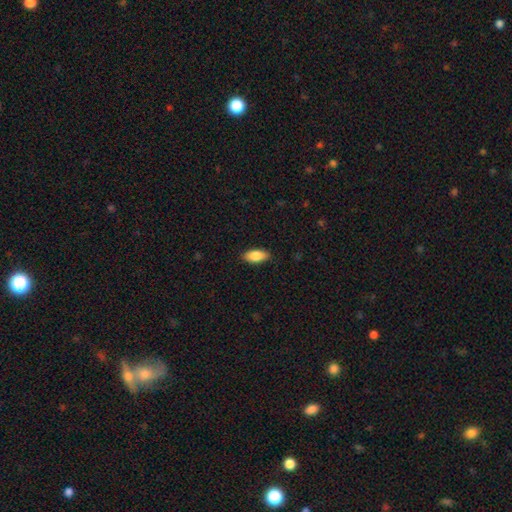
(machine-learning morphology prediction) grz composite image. It shows a smooth galaxy with no disk features (86%) that is in between round and cigar-shaped (88%). Merging: none (87%).